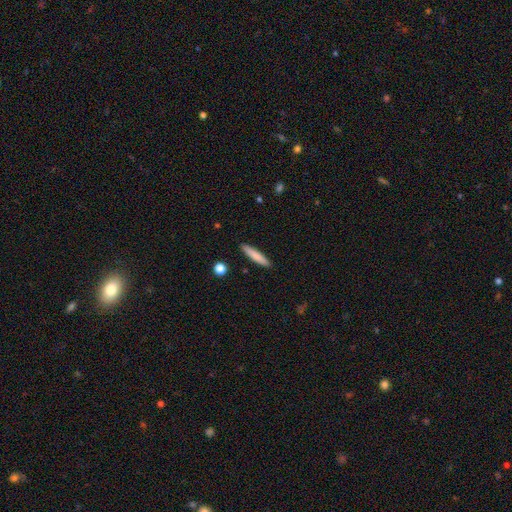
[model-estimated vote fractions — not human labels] smooth-or-featured: smooth: 80% | featured or disk: 14% | star or artifact: 6%
  how-rounded: cigar-shaped: 90% | in between: 9% | round: 1%
  merging: none: 90% | minor disturbance: 7% | major disturbance: 2% | merger: 2%